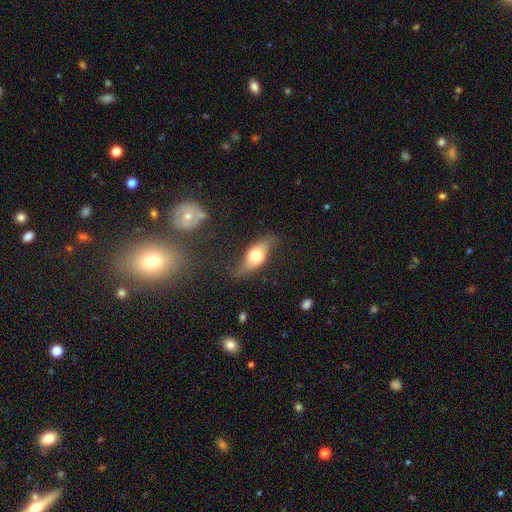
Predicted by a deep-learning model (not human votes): The model was most divided on "smooth or featured": smooth: 52%, featured or disk: 41%, star or artifact: 8%. More confident: how rounded — in between (80%); merging — none (59%).